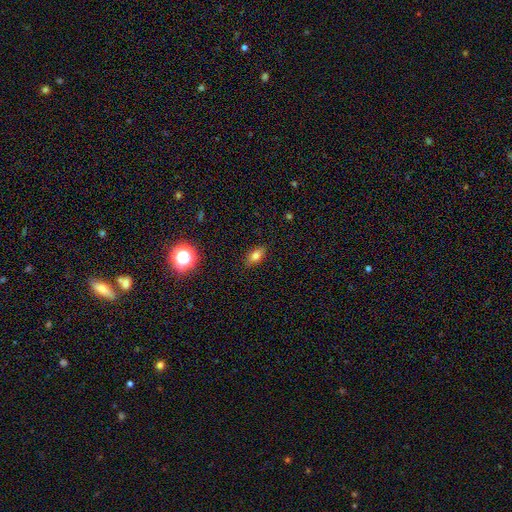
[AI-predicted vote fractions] smooth-or-featured: smooth: 75% | featured or disk: 13% | star or artifact: 12%
  how-rounded: in between: 84% | round: 9% | cigar-shaped: 8%
  merging: none: 86% | minor disturbance: 11% | major disturbance: 2% | merger: 1%